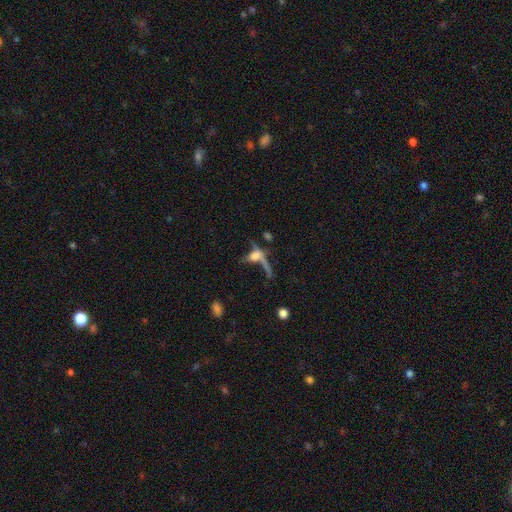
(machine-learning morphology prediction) Q: Smooth or featured?
A: featured or disk (47%); runner-up: smooth (37%)
Q: Merging?
A: none (39%); runner-up: major disturbance (25%)